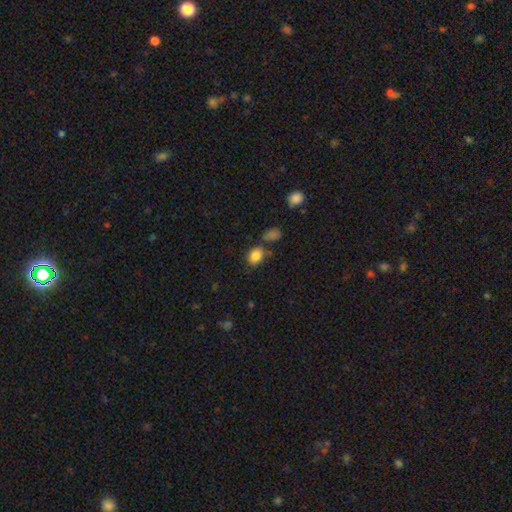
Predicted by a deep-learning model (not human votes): This is clearly a smooth galaxy (84%). How rounded: likely in between (66%). Merging: likely none (65%).